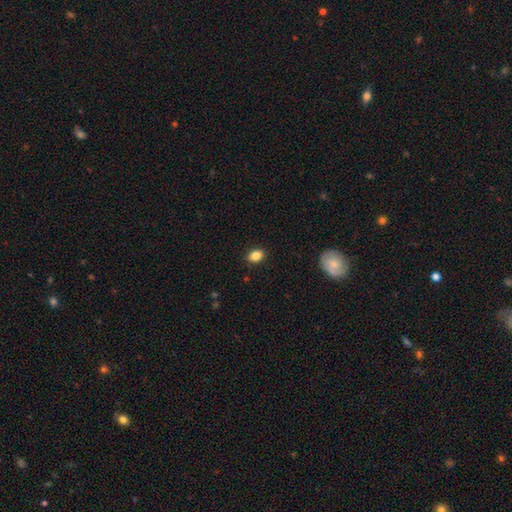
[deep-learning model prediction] Overall: smooth (85%). How rounded: in between (67%; round 31%). Merging: none (89%).